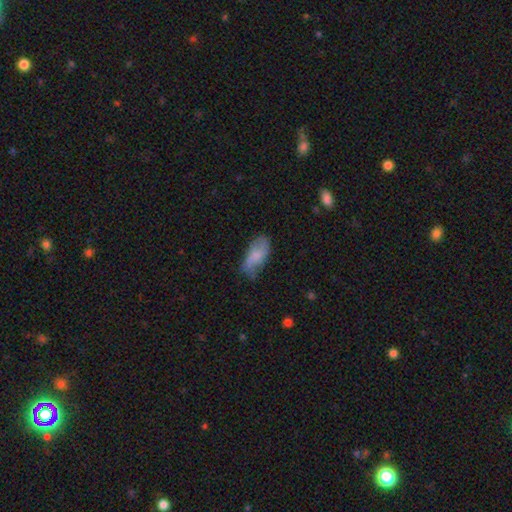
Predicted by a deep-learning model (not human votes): smooth-or-featured: smooth: 67% | featured or disk: 26% | star or artifact: 7%
  how-rounded: in between: 88% | cigar-shaped: 9% | round: 3%
  merging: none: 55% | minor disturbance: 33% | major disturbance: 10% | merger: 2%